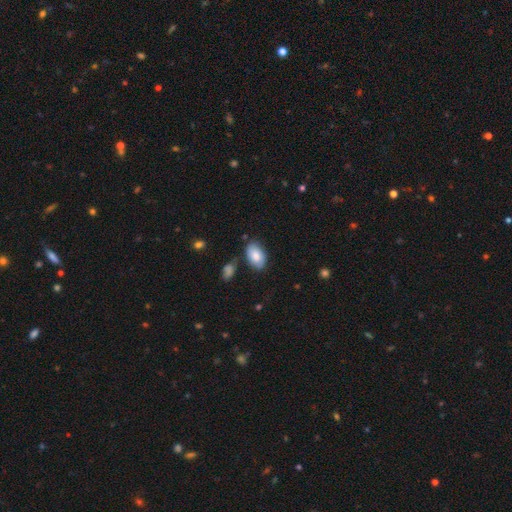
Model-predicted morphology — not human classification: Smooth or featured?
  - smooth: 82% *
  - featured or disk: 12%
  - star or artifact: 6%
How rounded?
  - in between: 93% *
  - round: 5%
  - cigar-shaped: 1%
Merging?
  - none: 76% *
  - minor disturbance: 15%
  - merger: 5%
  - major disturbance: 4%